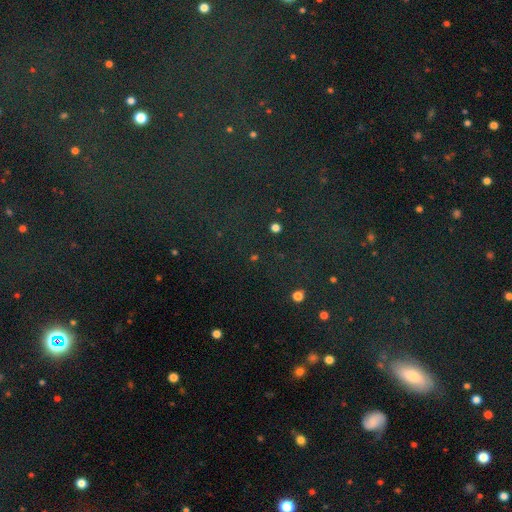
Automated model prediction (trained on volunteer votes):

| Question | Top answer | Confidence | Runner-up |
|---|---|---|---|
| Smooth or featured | star or artifact | 66% | smooth (22%) |